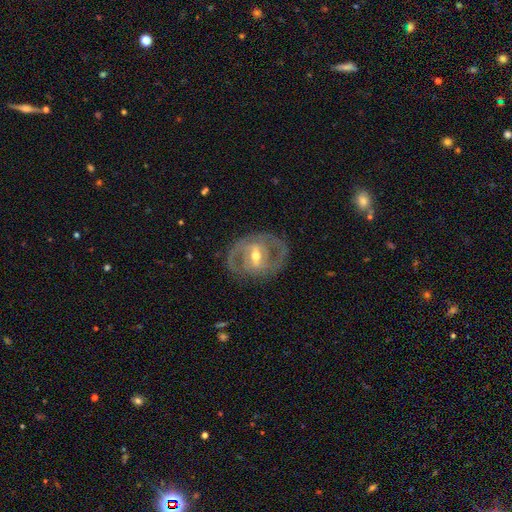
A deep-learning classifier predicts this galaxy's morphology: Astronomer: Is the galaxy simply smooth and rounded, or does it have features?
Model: featured or disk — 85%.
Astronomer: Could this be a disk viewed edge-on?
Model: no — 95%.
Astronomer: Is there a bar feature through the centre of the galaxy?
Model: weak — 42%, tied with strong at 42%.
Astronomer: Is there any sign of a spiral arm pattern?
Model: yes — 84%.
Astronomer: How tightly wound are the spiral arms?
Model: medium — 46% (runner-up: tight, 37%).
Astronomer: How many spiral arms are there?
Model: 2 — 74%.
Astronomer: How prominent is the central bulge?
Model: moderate — 67%.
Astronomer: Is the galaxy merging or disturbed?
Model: none — 74%.